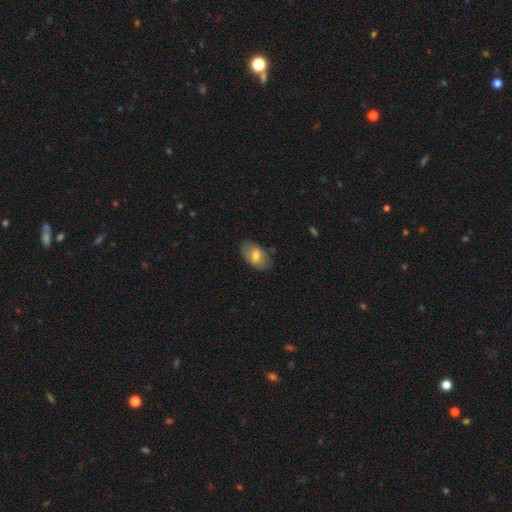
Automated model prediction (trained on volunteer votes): smooth 66%, featured or disk 27%, star or artifact 7%. Down the decision tree: how rounded — in between (92%); merging — none (79%).